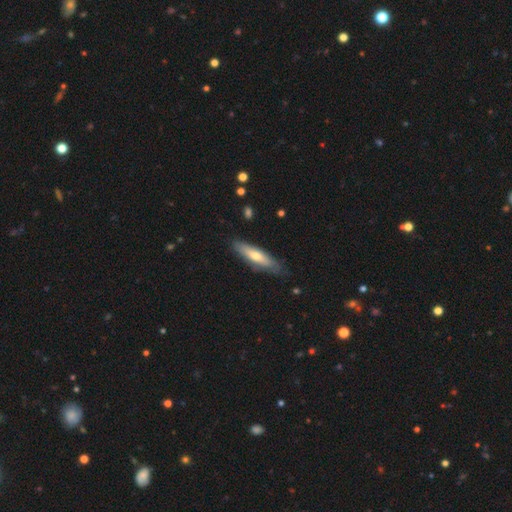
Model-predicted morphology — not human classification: Smooth or featured?
  - smooth: 53% *
  - featured or disk: 41%
  - star or artifact: 6%
How rounded?
  - cigar-shaped: 75% *
  - in between: 24%
  - round: 2%
Merging?
  - none: 82% *
  - minor disturbance: 14%
  - major disturbance: 2%
  - merger: 1%